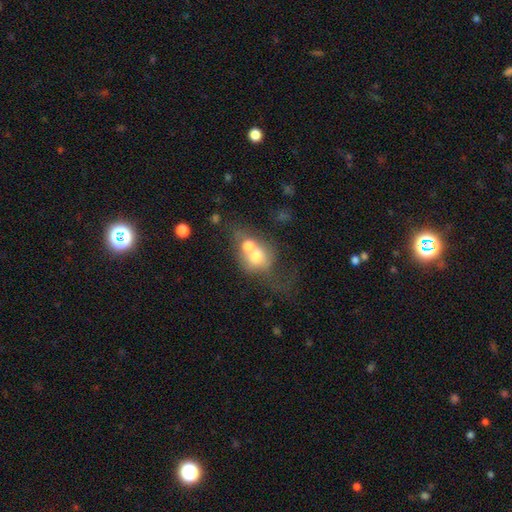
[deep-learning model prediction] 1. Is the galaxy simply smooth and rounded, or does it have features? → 63% smooth, 26% featured or disk, 11% star or artifact.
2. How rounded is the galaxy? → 60% round, 39% in between, 1% cigar-shaped.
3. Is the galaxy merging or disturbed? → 63% merger, 19% none, 10% major disturbance, 8% minor disturbance.